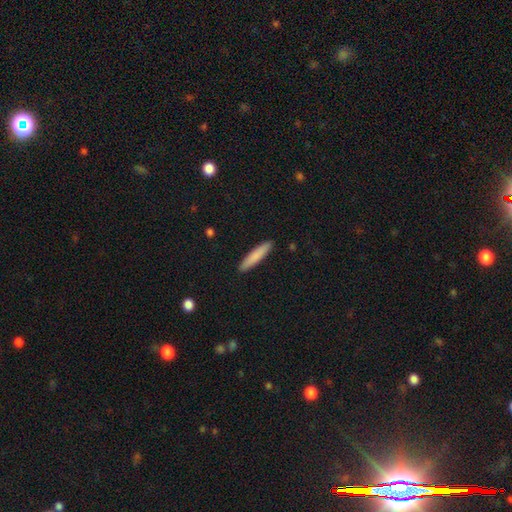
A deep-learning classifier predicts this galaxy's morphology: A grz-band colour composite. It shows a smooth galaxy with no disk features (82%) that is cigar-shaped (90%). Merging: none (92%).